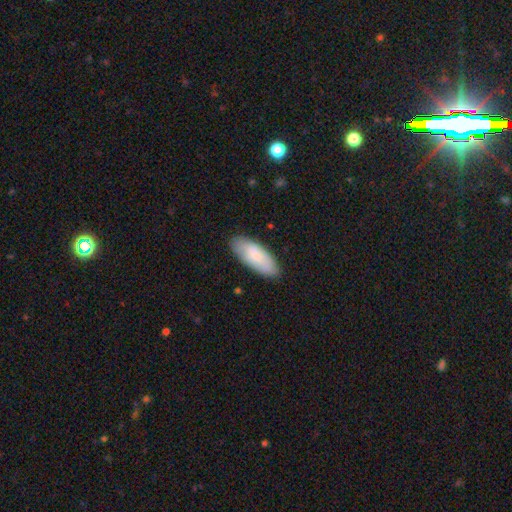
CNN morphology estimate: smooth-or-featured: smooth: 80% | featured or disk: 14% | star or artifact: 6%
  how-rounded: in between: 81% | cigar-shaped: 17% | round: 2%
  merging: none: 84% | minor disturbance: 13% | major disturbance: 2% | merger: 1%